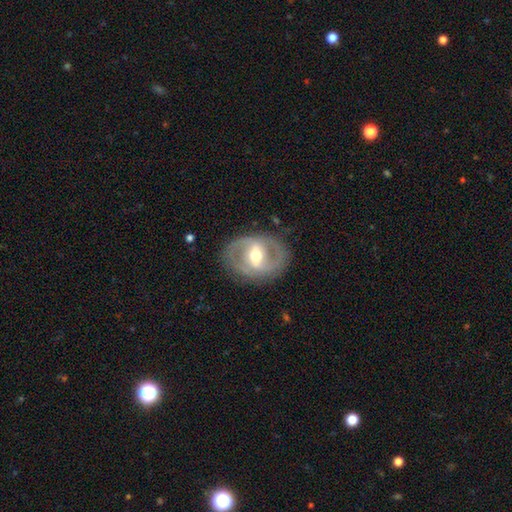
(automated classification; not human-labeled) A featured or disk galaxy (79%) with a strong bar (44%), 2 (83%) medium (47%) spiral arms (71%) and a moderate central bulge (72%).

Vote fractions:
- Smooth or featured? featured or disk: 79% / smooth: 16% / star or artifact: 5%
- Edge-on disk? no: 95% / yes: 5%
- Bar? strong: 44% / weak: 39% / no: 16%
- Spiral arms? yes: 71% / no: 29%
- Spiral winding? medium: 47% / tight: 32% / loose: 21%
- Spiral arm count? 2: 83% / can't tell: 10% / 1: 3% / 3: 2% / 4: 1% / more than 4: 1%
- Bulge size? moderate: 72% / small: 17% / large: 9% / dominant: 1% / none: 1%
- Merging? none: 81% / minor disturbance: 12% / major disturbance: 6% / merger: 1%